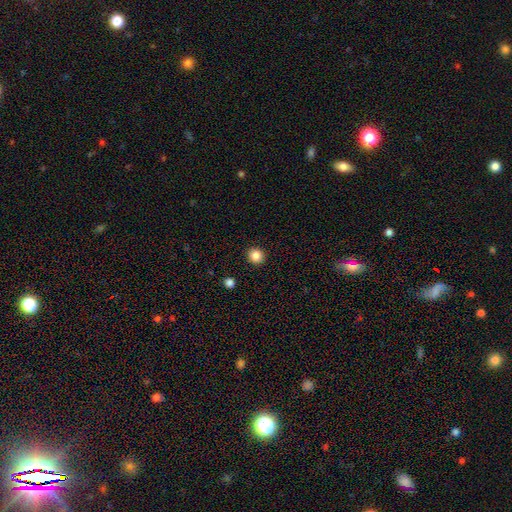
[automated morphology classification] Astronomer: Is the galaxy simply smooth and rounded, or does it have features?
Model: smooth — 86%.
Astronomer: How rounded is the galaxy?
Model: round — 90%.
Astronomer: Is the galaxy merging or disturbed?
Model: none — 93%.